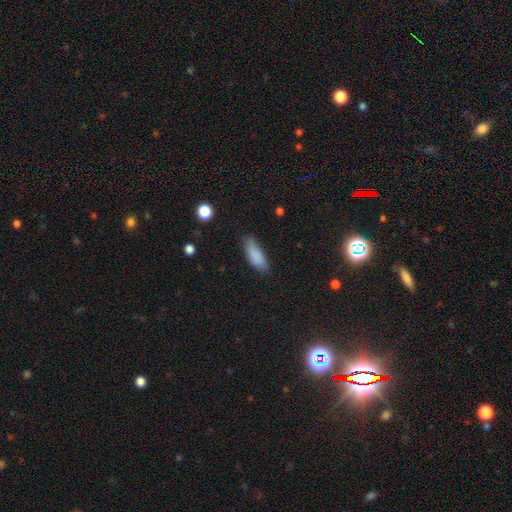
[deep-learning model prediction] Smooth or featured: smooth — 84% (featured or disk — 9%)
How rounded: in between — 70% (cigar-shaped — 28%)
Merging: none — 64% (minor disturbance — 28%)